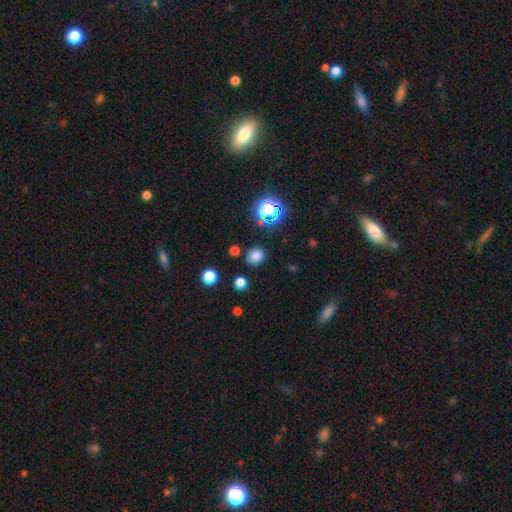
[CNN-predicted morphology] Q: Smooth or featured?
A: smooth (76%); runner-up: star or artifact (19%)
Q: How rounded?
A: round (80%); runner-up: in between (19%)
Q: Merging?
A: none (84%); runner-up: minor disturbance (9%)